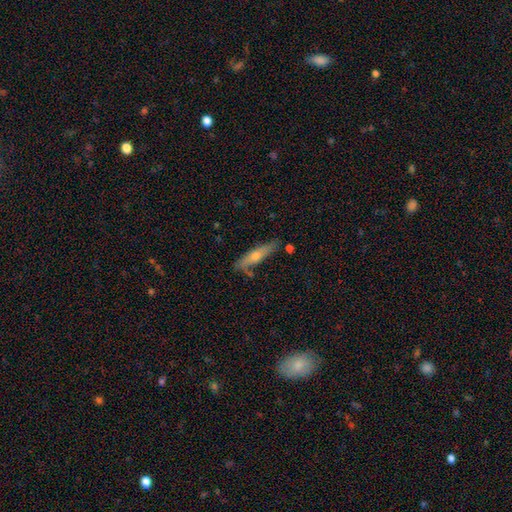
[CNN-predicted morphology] Smooth or featured: featured or disk — 48% (smooth — 45%)
Merging: none — 74% (minor disturbance — 17%)